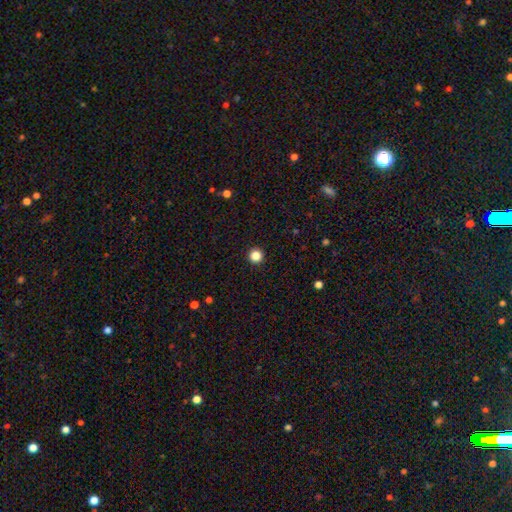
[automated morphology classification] smooth_or_featured: smooth (p=0.85) [alt: star or artifact p=0.12]
how_rounded: round (p=0.96) [alt: in between p=0.03]
merging: none (p=0.94) [alt: minor disturbance p=0.04]